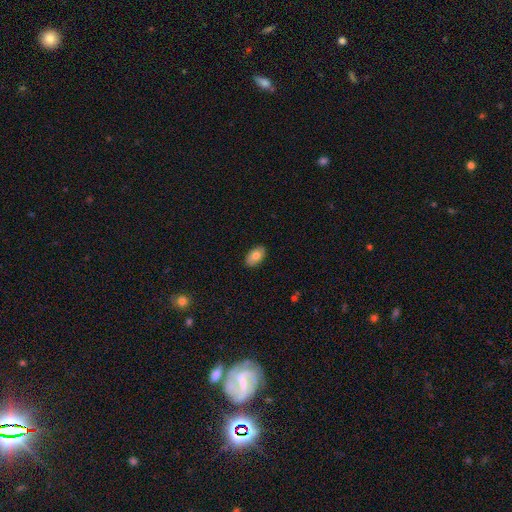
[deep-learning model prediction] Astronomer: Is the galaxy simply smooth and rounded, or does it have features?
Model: smooth — 79%.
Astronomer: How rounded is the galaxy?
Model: in between — 93%.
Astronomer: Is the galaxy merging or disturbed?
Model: none — 88%.